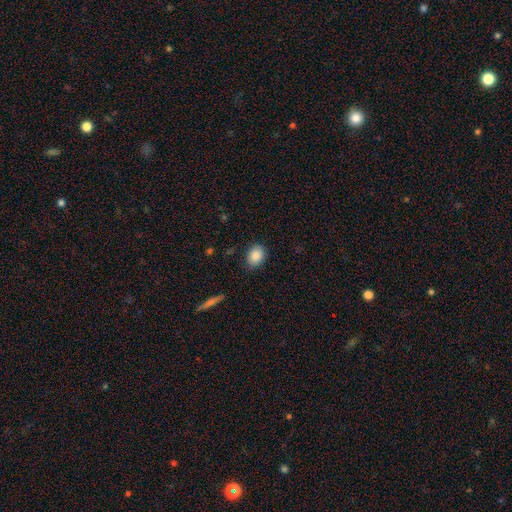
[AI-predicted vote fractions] Morphology: type=smooth (87%); roundness=in between (62%); merging=none (83%).